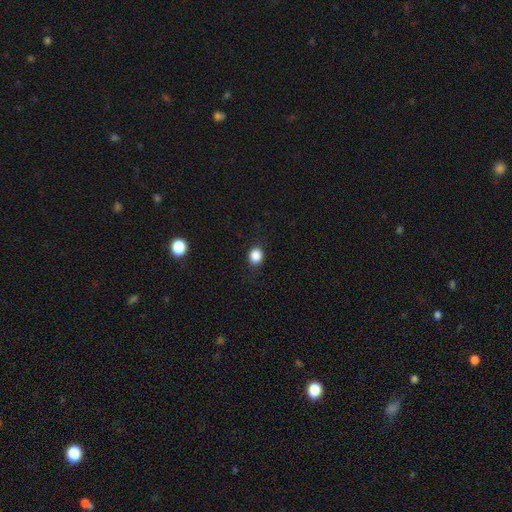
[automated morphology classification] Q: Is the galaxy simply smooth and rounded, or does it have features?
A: smooth — 86%.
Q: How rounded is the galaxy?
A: round — 69%.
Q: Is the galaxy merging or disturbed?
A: none — 87%.